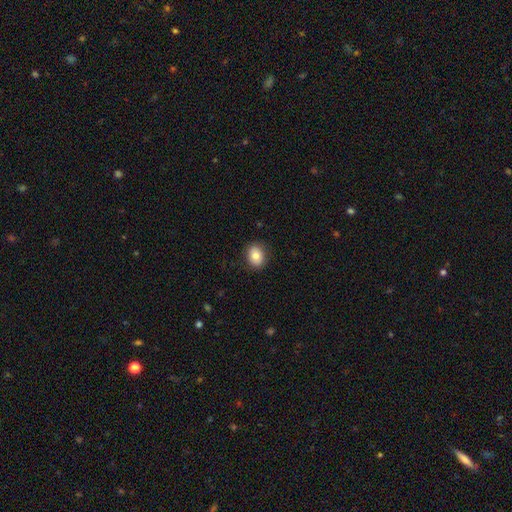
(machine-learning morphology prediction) Smooth or featured: smooth — 81% (featured or disk — 11%)
How rounded: in between — 51% (round — 48%)
Merging: none — 87% (minor disturbance — 10%)